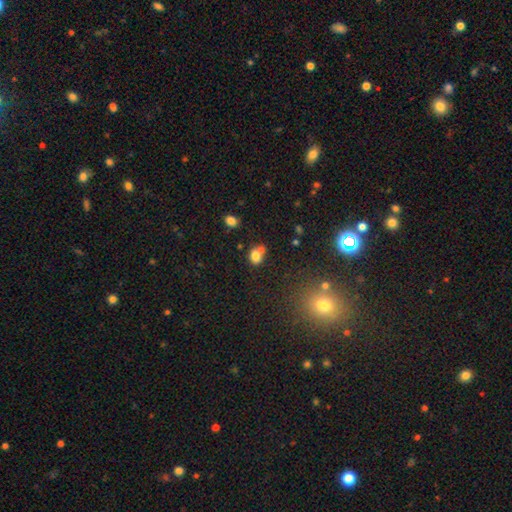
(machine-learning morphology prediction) Smooth or featured? Predicted: smooth (p=0.77). How rounded? Predicted: in between (p=0.51). Merging? Predicted: none (p=0.41, tied with merger).